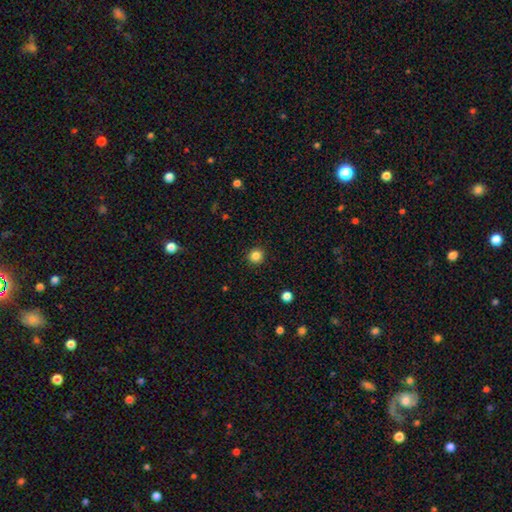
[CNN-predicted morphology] This appears to be a smooth galaxy with no disk features (83%) that is round (95%). Merging: none (92%).